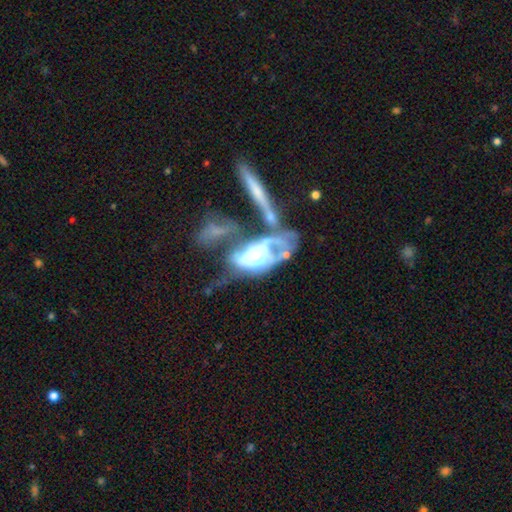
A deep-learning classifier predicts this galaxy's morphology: smooth_or_featured: featured or disk (p=0.66) [alt: smooth p=0.24]
disk_edge_on: no (p=0.87) [alt: yes p=0.13]
bar: no (p=0.75) [alt: weak p=0.16]
has_spiral_arms: no (p=0.56) [alt: yes p=0.44]
bulge_size: large (p=0.42) [alt: moderate p=0.41]
merging: merger (p=0.45) [alt: major disturbance p=0.36]